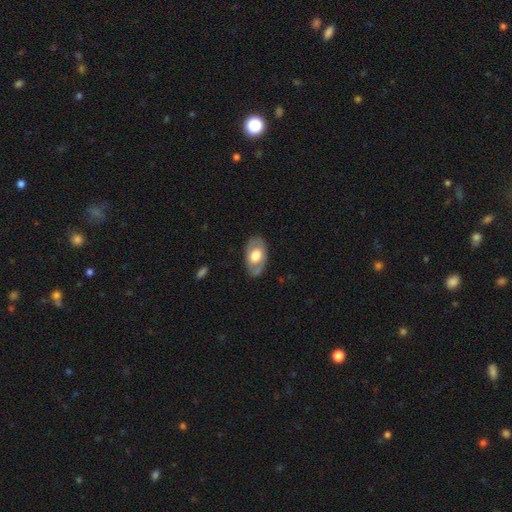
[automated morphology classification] A smooth galaxy with no disk features (48%). Merging: none (80%).